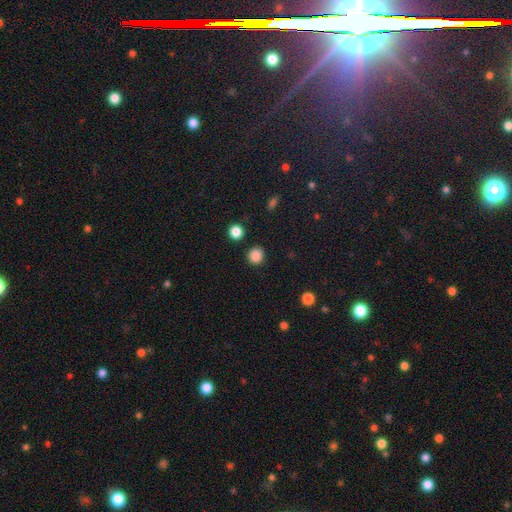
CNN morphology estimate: The model was most divided on "smooth or featured": smooth: 86%, star or artifact: 11%, featured or disk: 3%. More confident: how rounded — round (90%); merging — none (89%).